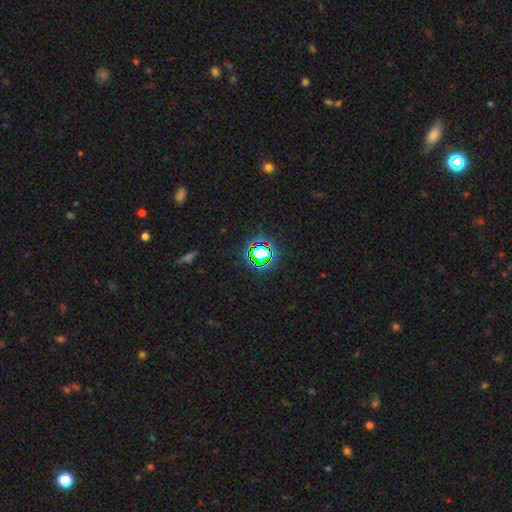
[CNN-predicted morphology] Smooth or featured? Predicted: star or artifact (p=0.70).